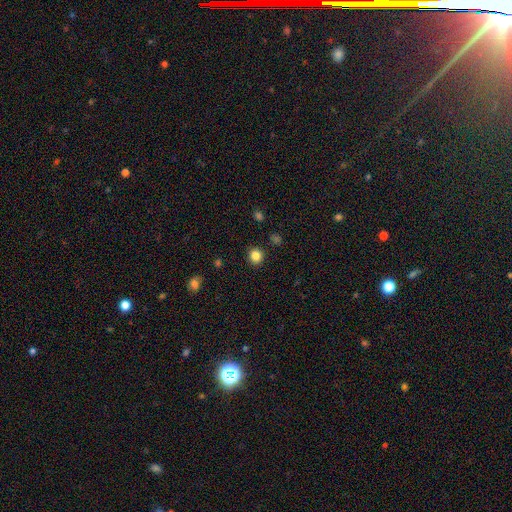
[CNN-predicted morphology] This appears to be a smooth galaxy with no disk features (83%) that is round (87%). Merging: none (91%).